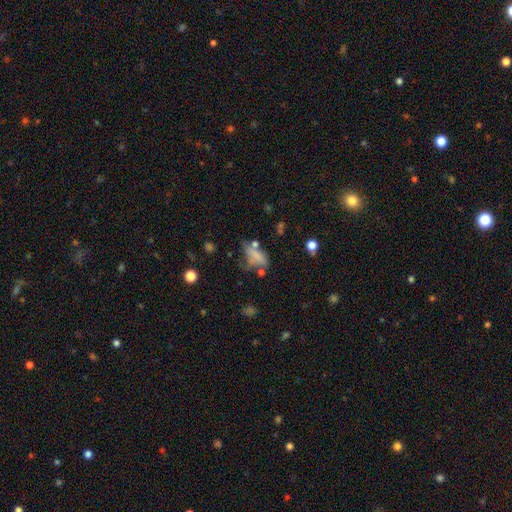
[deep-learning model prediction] Smooth or featured? smooth (63%)
How rounded? in between (77%)
Merging? major disturbance (29%, tied with none)